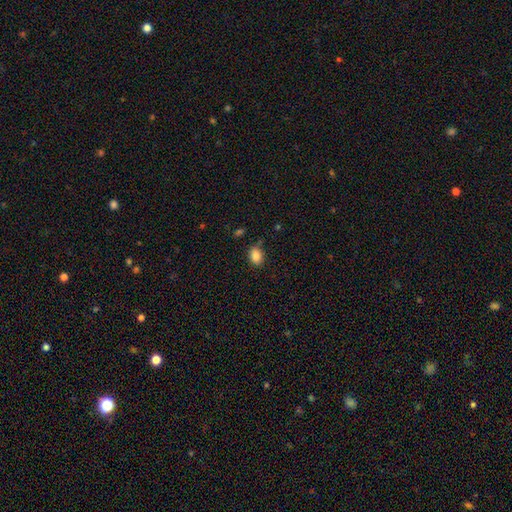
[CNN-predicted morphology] A smooth galaxy with no disk features (86%) that is in between round and cigar-shaped (78%).

Vote fractions:
- Smooth or featured? smooth: 86% / star or artifact: 9% / featured or disk: 5%
- How rounded? in between: 78% / round: 20% / cigar-shaped: 1%
- Merging? none: 78% / minor disturbance: 15% / major disturbance: 3% / merger: 3%